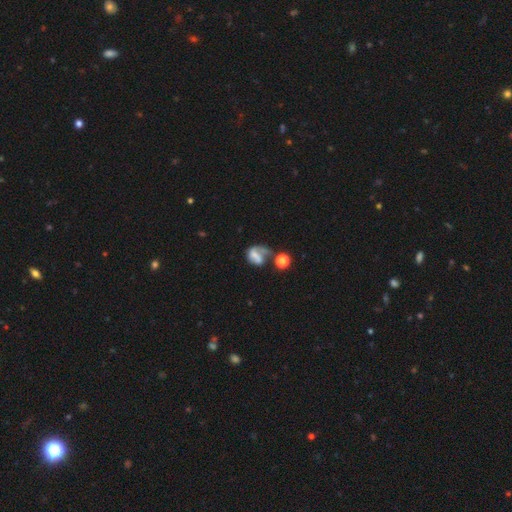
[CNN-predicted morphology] smooth_or_featured: featured or disk (p=0.45) [alt: smooth p=0.42]
merging: major disturbance (p=0.34) [alt: merger p=0.25]